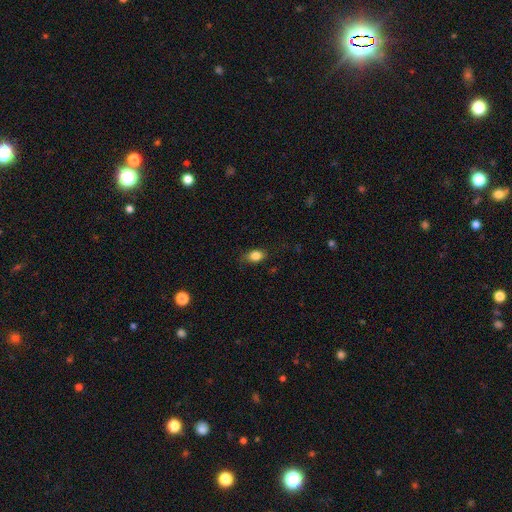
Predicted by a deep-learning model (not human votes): Q: Smooth or featured?
A: smooth (84%); runner-up: star or artifact (9%)
Q: How rounded?
A: in between (77%); runner-up: round (21%)
Q: Merging?
A: none (75%); runner-up: minor disturbance (19%)